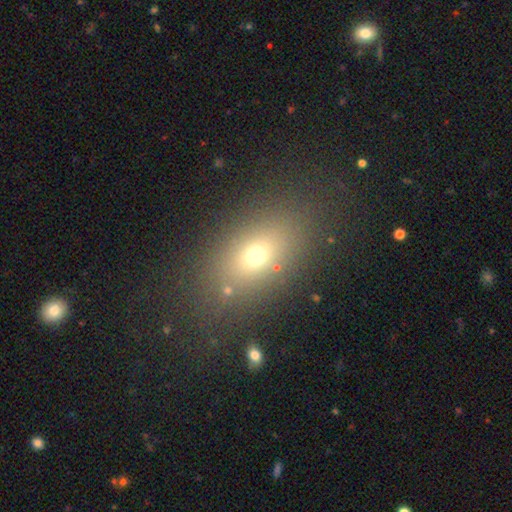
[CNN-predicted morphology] Overall: smooth (67%). How rounded: in between (77%). Merging: none (79%).